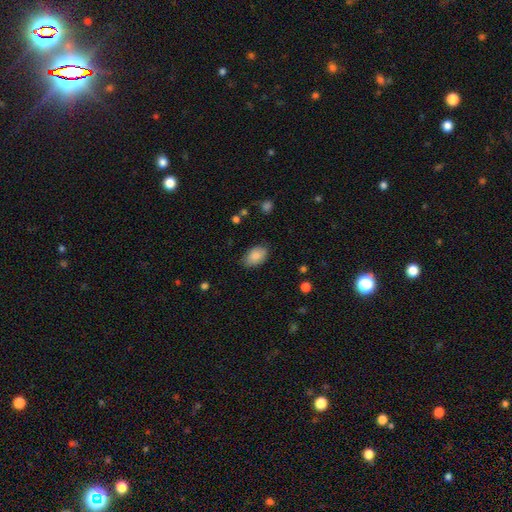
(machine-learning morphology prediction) Smooth or featured: smooth — 88% (star or artifact — 7%)
How rounded: in between — 89% (round — 10%)
Merging: none — 79% (minor disturbance — 16%)